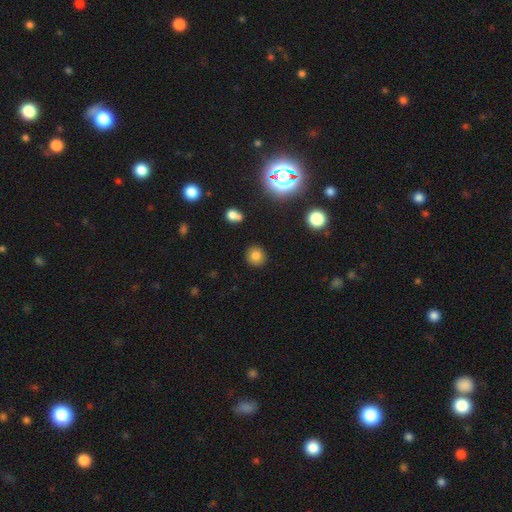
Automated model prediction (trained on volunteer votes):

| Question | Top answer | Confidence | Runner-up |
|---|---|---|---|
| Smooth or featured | smooth | 77% | star or artifact (15%) |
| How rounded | round | 89% | in between (10%) |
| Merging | none | 89% | minor disturbance (7%) |